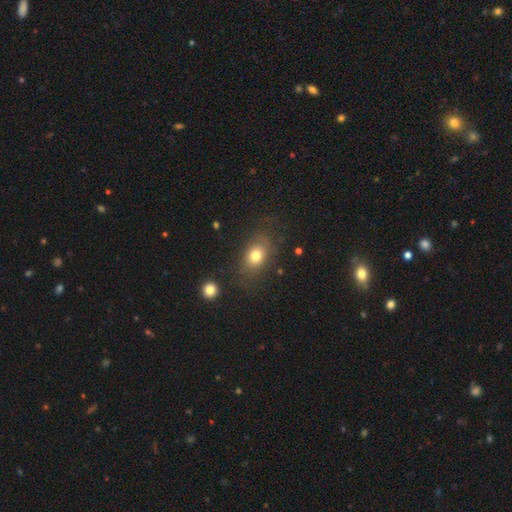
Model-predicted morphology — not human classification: A smooth galaxy with no disk features (74%) that is in between round and cigar-shaped (69%).

Vote fractions:
- Smooth or featured? smooth: 74% / featured or disk: 14% / star or artifact: 12%
- How rounded? in between: 69% / round: 29% / cigar-shaped: 2%
- Merging? none: 74% / minor disturbance: 16% / major disturbance: 8% / merger: 2%